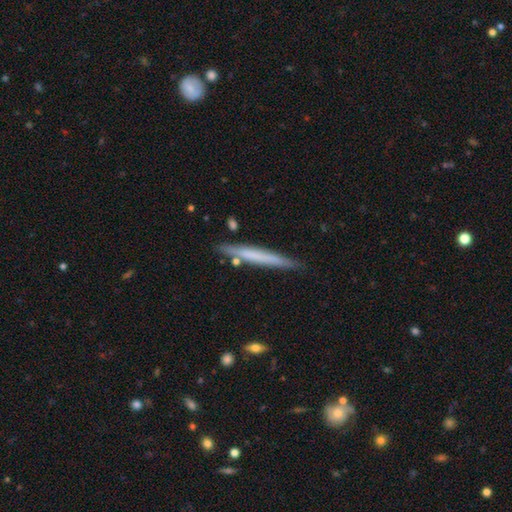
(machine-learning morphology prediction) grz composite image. It shows a smooth galaxy with no disk features (55%) that is cigar-shaped (96%). Merging: none (83%).